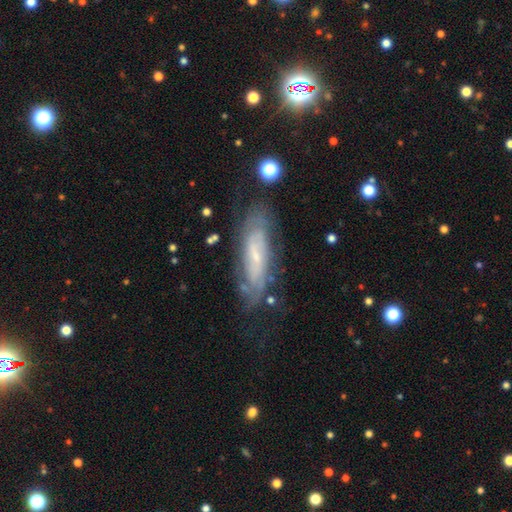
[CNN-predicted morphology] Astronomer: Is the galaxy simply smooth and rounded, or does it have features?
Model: featured or disk — 71%.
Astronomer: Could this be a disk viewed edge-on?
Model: no — 77%.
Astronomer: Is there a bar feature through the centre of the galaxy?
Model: no — 56% (runner-up: weak, 34%).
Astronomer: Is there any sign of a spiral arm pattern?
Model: yes — 83%.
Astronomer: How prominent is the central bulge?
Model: small — 71%.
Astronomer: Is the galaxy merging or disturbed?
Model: none — 70%.